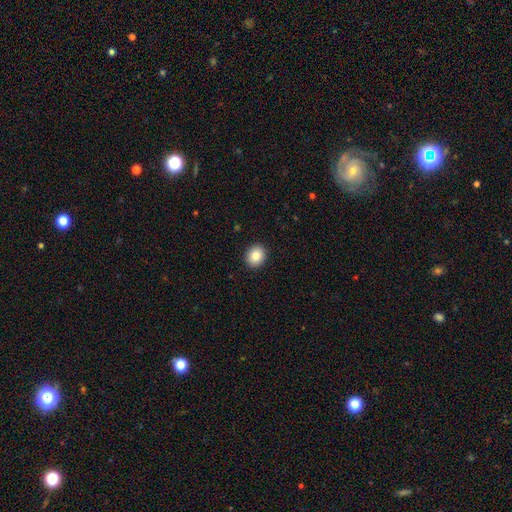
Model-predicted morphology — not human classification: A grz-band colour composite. It shows a smooth galaxy with no disk features (85%) that is round (65%). Merging: none (92%).